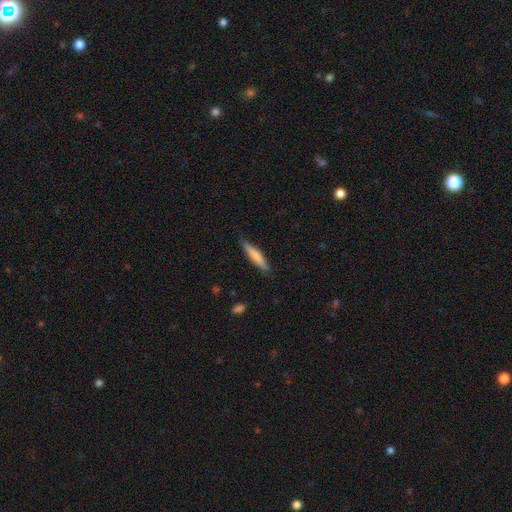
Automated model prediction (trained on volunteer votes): The model was most divided on "smooth or featured": smooth: 76%, featured or disk: 19%, star or artifact: 5%. More confident: how rounded — cigar-shaped (88%); merging — none (83%).